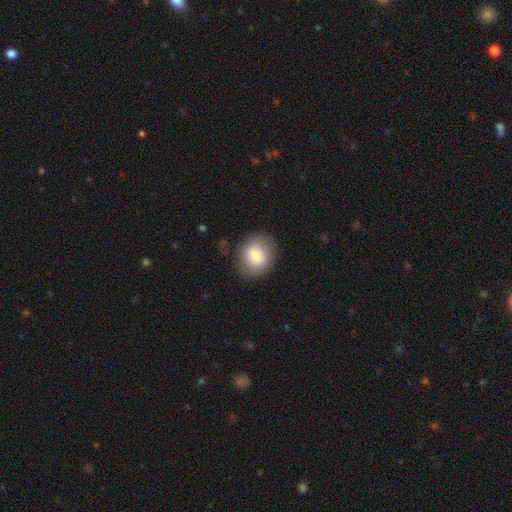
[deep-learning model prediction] Smooth or featured? Predicted: smooth (p=0.72). How rounded? Predicted: round (p=0.65). Merging? Predicted: none (p=0.79).